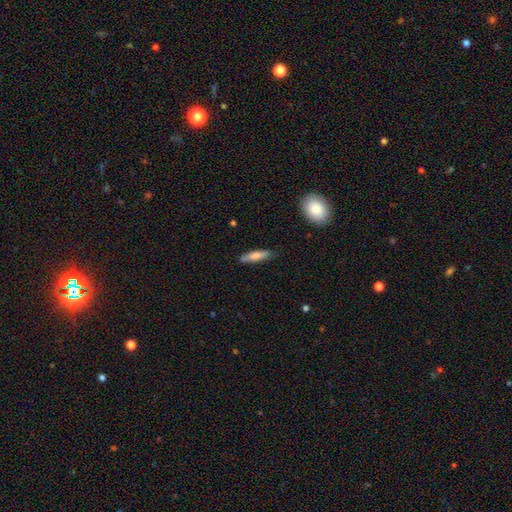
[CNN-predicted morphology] smooth_or_featured: smooth (p=0.73) [alt: featured or disk p=0.21]
how_rounded: cigar-shaped (p=0.71) [alt: in between p=0.27]
merging: none (p=0.75) [alt: minor disturbance p=0.18]